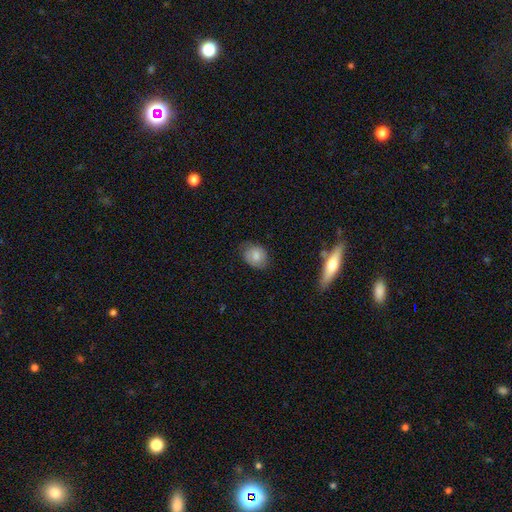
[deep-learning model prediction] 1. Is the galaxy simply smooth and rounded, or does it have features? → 75% smooth, 17% featured or disk, 8% star or artifact.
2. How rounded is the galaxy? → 51% in between, 48% round, 1% cigar-shaped.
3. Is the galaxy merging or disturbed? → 72% none, 21% minor disturbance, 5% major disturbance, 1% merger.